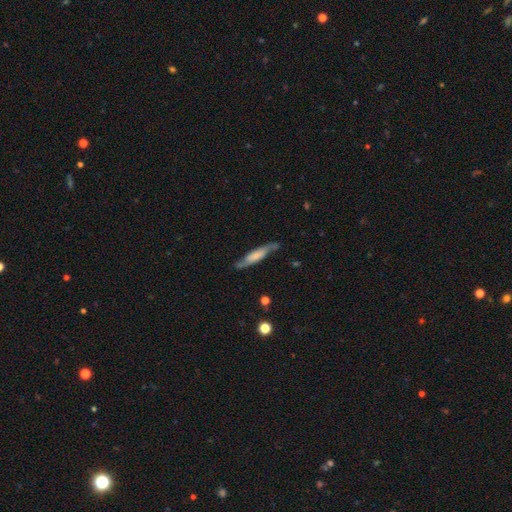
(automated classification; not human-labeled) The model was most divided on "edge-on disk": yes: 52%, no: 48%. More confident: merging — none (72%); smooth or featured — featured or disk (53%).